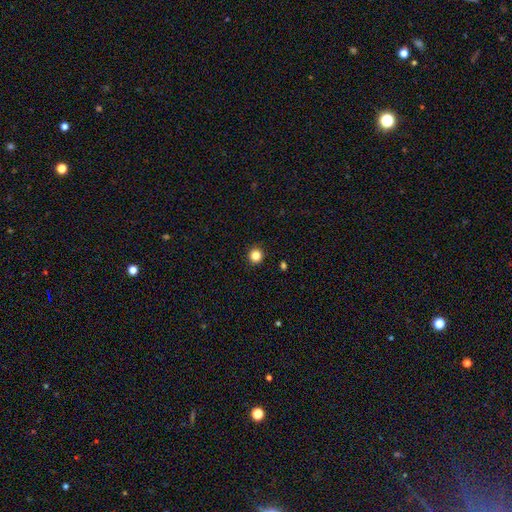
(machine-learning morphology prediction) smooth_or_featured: smooth (p=0.84) [alt: star or artifact p=0.12]
how_rounded: round (p=0.93) [alt: in between p=0.06]
merging: none (p=0.92) [alt: minor disturbance p=0.05]